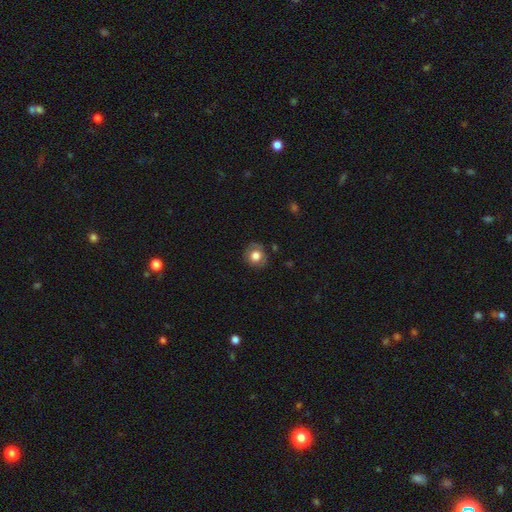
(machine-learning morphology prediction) The model was most divided on "smooth or featured": smooth: 74%, featured or disk: 17%, star or artifact: 9%. More confident: how rounded — round (82%); merging — none (80%).